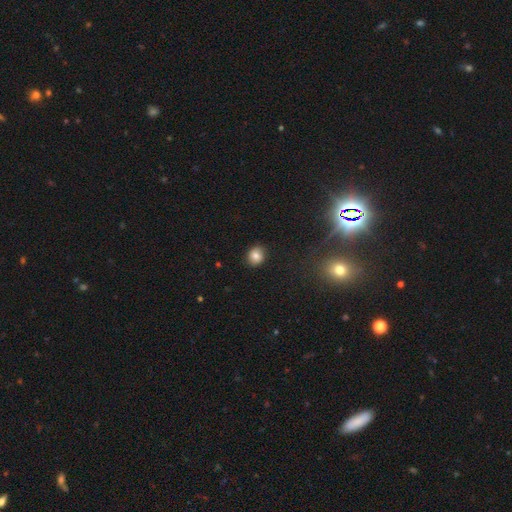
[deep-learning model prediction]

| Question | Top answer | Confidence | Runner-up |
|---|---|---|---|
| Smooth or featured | smooth | 81% | star or artifact (11%) |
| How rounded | round | 72% | in between (27%) |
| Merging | none | 88% | minor disturbance (9%) |